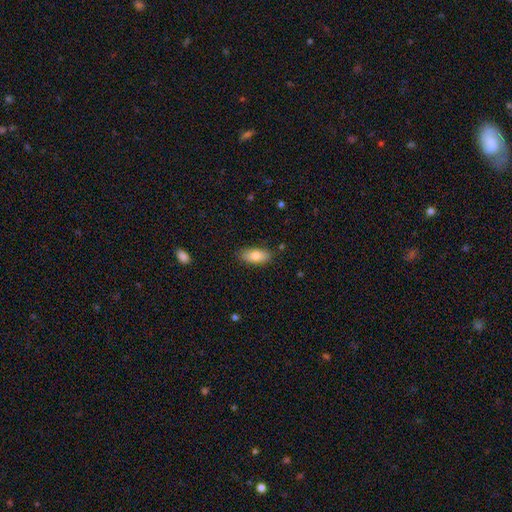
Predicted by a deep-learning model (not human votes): Q: Smooth or featured?
A: smooth (80%); runner-up: featured or disk (13%)
Q: How rounded?
A: in between (85%); runner-up: cigar-shaped (12%)
Q: Merging?
A: none (85%); runner-up: minor disturbance (11%)